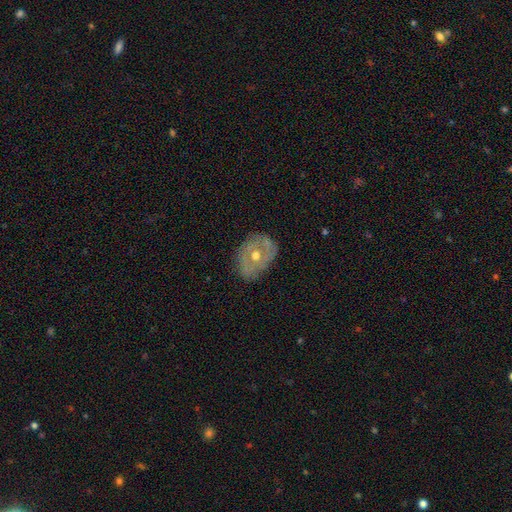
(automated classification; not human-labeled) Smooth or featured? Predicted: featured or disk (p=0.70). Edge-on disk? Predicted: no (p=0.95). Bar? Predicted: no (p=0.81). Spiral arms? Predicted: no (p=0.52). Bulge size? Predicted: moderate (p=0.76). Merging? Predicted: none (p=0.69).